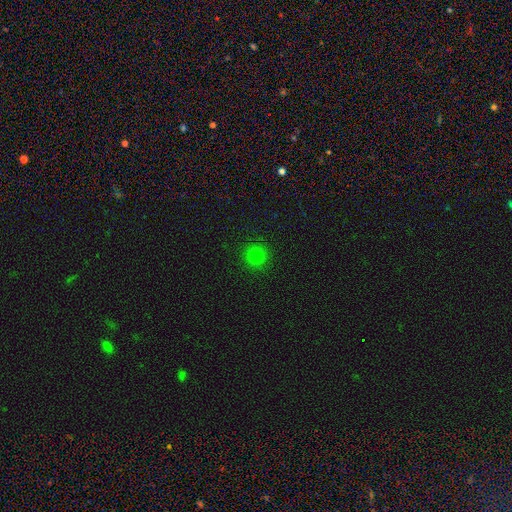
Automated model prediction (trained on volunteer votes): Overall: smooth (79%). How rounded: round (95%). Merging: none (92%).